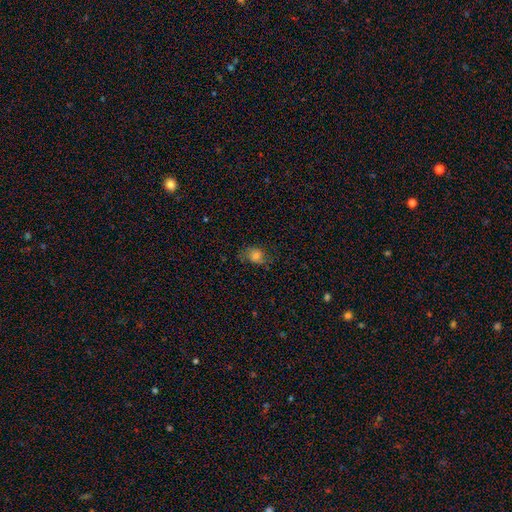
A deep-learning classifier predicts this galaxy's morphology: Smooth or featured: smooth — 67% (featured or disk — 17%)
How rounded: round — 52% (in between — 46%)
Merging: none — 64% (minor disturbance — 24%)